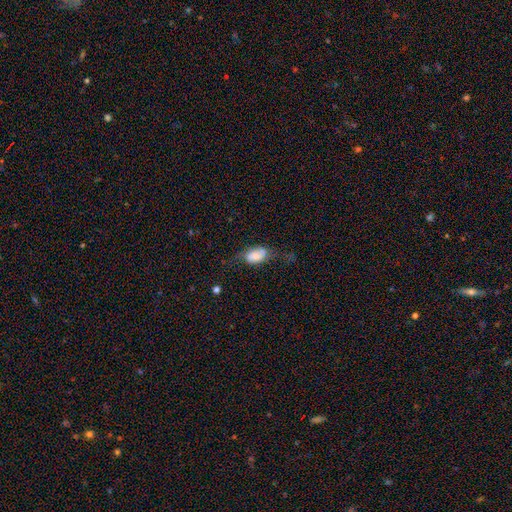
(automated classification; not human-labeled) Q: Smooth or featured?
A: smooth (67%); runner-up: featured or disk (24%)
Q: How rounded?
A: in between (89%); runner-up: round (7%)
Q: Merging?
A: none (37%); runner-up: minor disturbance (33%)